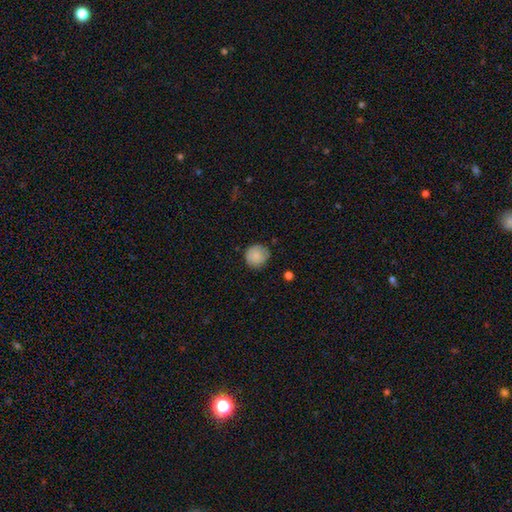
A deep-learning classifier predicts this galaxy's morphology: Smooth or featured? Predicted: smooth (p=0.85). How rounded? Predicted: round (p=0.91). Merging? Predicted: none (p=0.78).